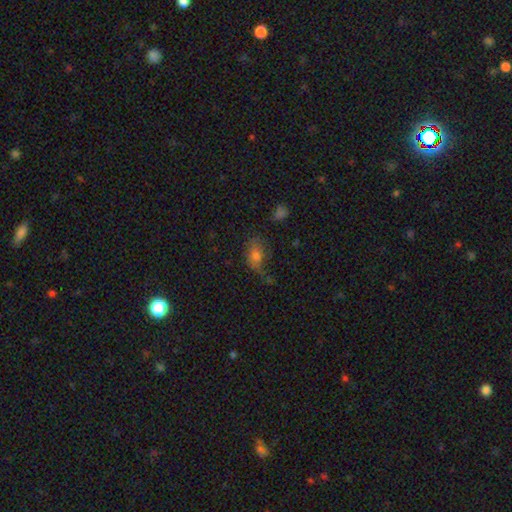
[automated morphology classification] The model was most divided on "merging": none: 44%, minor disturbance: 30%, major disturbance: 19%, merger: 7%. More confident: how rounded — in between (83%); smooth or featured — smooth (71%).